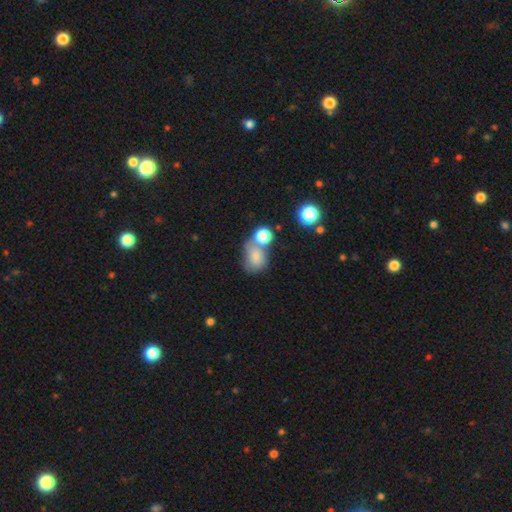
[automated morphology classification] A smooth galaxy with no disk features (75%) that is in between round and cigar-shaped (57%). Merging: merger (39%).